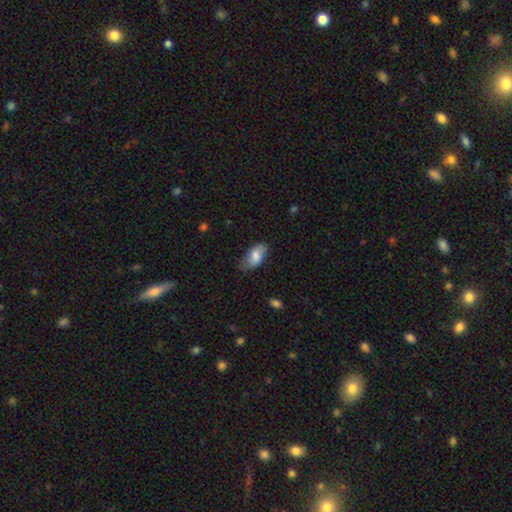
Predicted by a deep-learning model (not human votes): A smooth galaxy with no disk features (74%) that is in between round and cigar-shaped (92%). Merging: none (63%).